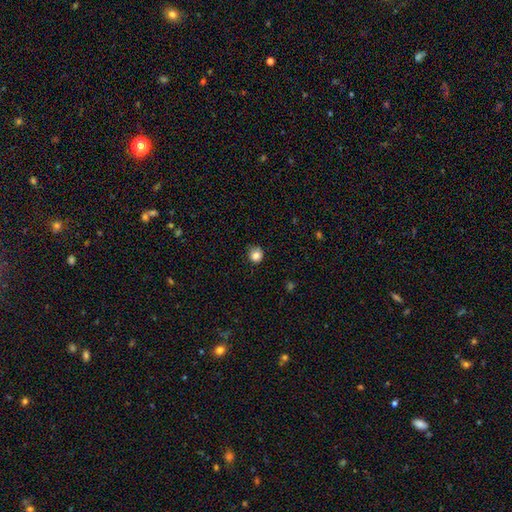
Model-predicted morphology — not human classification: A smooth galaxy with no disk features (82%) that is round (87%). Merging: none (78%).